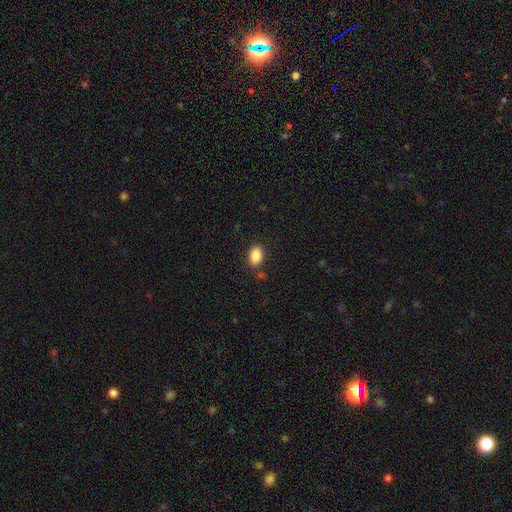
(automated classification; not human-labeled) Q: Smooth or featured?
A: smooth (87%); runner-up: star or artifact (8%)
Q: How rounded?
A: in between (89%); runner-up: round (10%)
Q: Merging?
A: none (84%); runner-up: minor disturbance (10%)